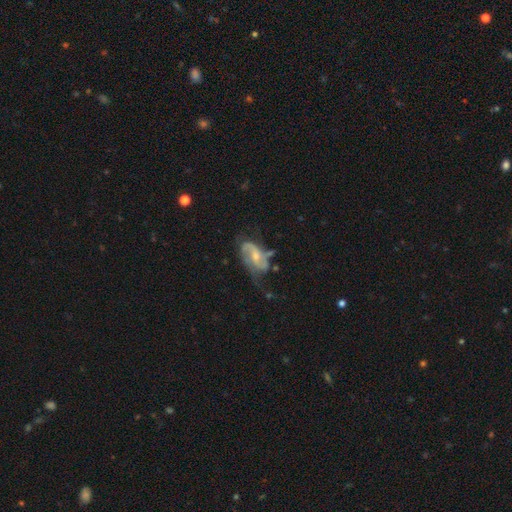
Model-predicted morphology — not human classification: A featured or disk galaxy (76%) with no bar (51%), 2 (75%) medium (44%) spiral arms (90%) and a moderate central bulge (48%).

Vote fractions:
- Smooth or featured? featured or disk: 76% / smooth: 17% / star or artifact: 7%
- Edge-on disk? no: 96% / yes: 4%
- Bar? no: 51% / weak: 40% / strong: 10%
- Spiral arms? yes: 90% / no: 10%
- Spiral winding? medium: 44% / loose: 36% / tight: 20%
- Spiral arm count? 2: 75% / can't tell: 12% / 1: 6% / 3: 5% / 4: 1% / more than 4: 1%
- Bulge size? moderate: 48% / small: 43% / none: 5% / large: 3% / dominant: 1%
- Merging? none: 42% / minor disturbance: 29% / major disturbance: 22% / merger: 7%